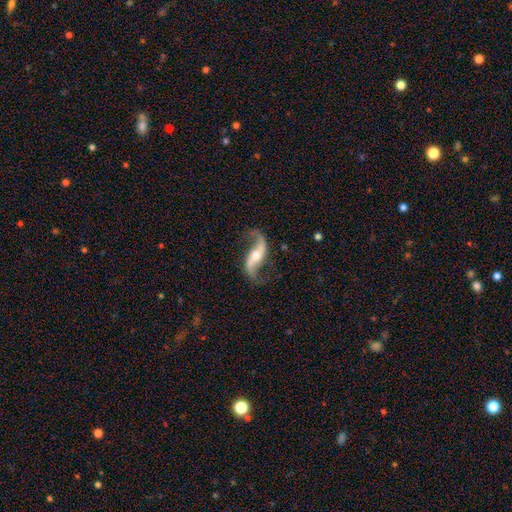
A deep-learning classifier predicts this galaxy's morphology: featured or disk 91%, smooth 5%, star or artifact 4%. Down the decision tree: edge-on disk — no (94%); bar — no (38%); spiral arms — yes (97%); spiral arm count — 2 (94%); spiral winding — loose (88%); bulge size — moderate (58%); merging — none (79%).